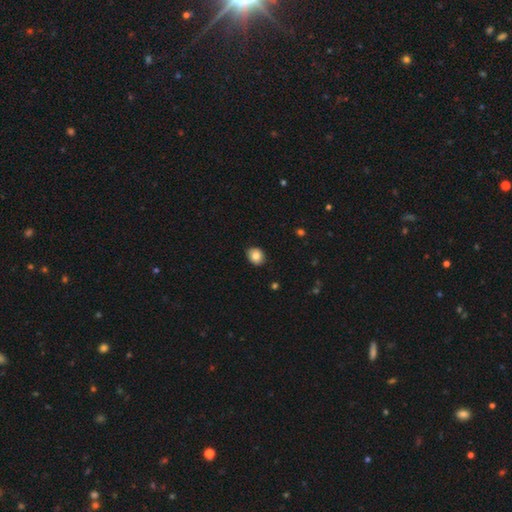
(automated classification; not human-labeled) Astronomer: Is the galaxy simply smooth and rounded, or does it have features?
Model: smooth — 83%.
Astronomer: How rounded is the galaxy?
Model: round — 52% (runner-up: in between, 47%).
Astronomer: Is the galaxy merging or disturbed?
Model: none — 88%.